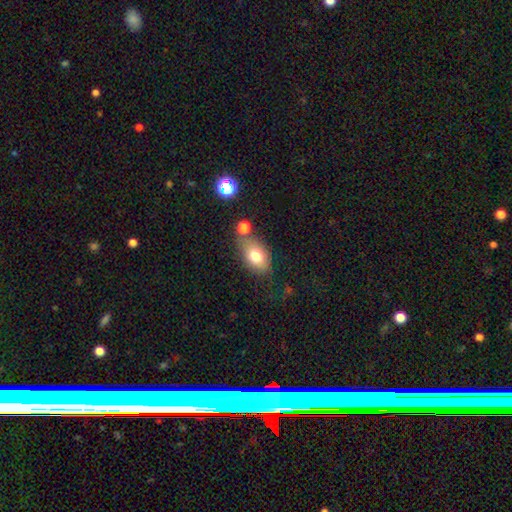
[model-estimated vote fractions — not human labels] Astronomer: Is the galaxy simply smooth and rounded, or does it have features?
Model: smooth — 75%.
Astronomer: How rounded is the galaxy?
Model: in between — 80%.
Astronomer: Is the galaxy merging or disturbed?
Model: none — 63%.